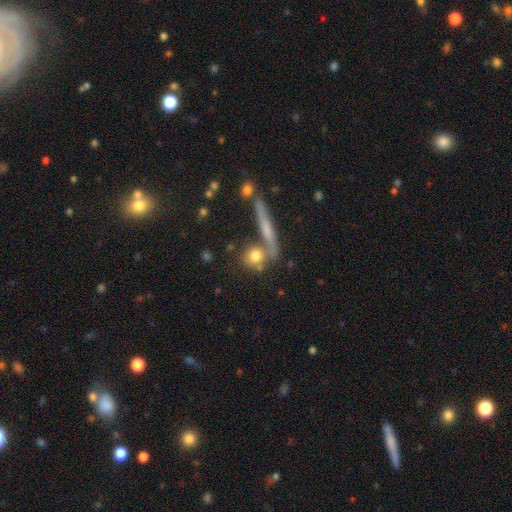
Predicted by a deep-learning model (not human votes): A smooth galaxy with no disk features (73%) that is round (70%). Merging: none (61%).